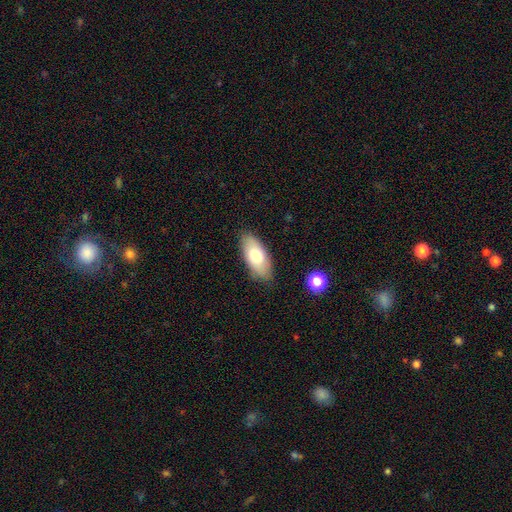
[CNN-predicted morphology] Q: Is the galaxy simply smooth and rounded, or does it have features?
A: smooth — 74%.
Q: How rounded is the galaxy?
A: in between — 87%.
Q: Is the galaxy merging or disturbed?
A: none — 85%.